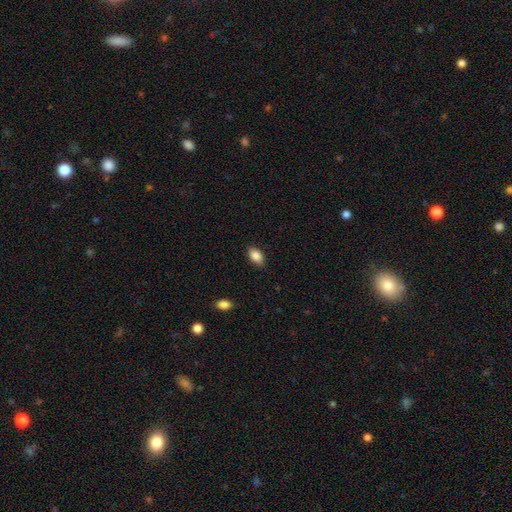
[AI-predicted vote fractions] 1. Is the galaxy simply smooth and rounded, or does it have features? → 87% smooth, 8% star or artifact, 6% featured or disk.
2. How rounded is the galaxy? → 90% in between, 7% round, 2% cigar-shaped.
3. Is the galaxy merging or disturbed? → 85% none, 12% minor disturbance, 2% major disturbance, 1% merger.